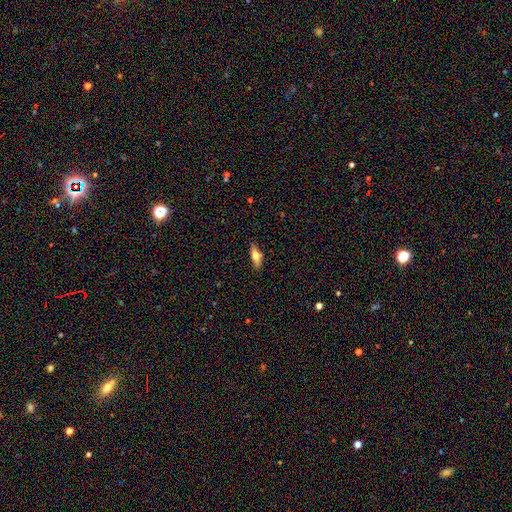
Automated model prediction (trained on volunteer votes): Overall: smooth (58%; featured or disk 35%). How rounded: in between (60%; cigar-shaped 36%). Merging: none (84%).